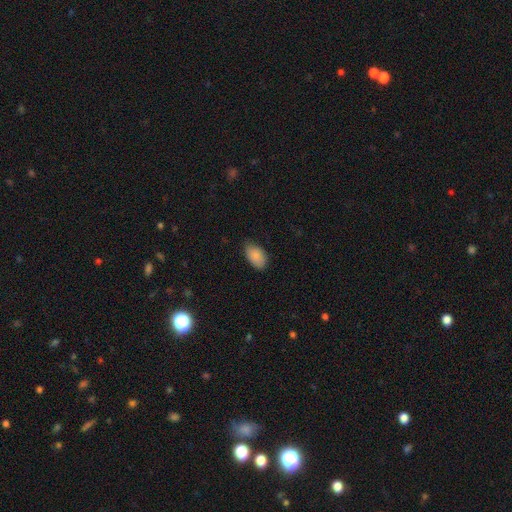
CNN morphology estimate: Overall: smooth (88%). How rounded: in between (93%). Merging: none (75%).